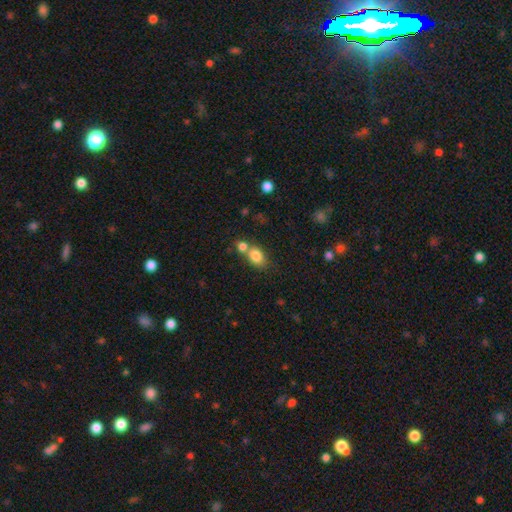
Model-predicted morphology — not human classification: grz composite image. It shows a smooth galaxy with no disk features (81%) that is in between round and cigar-shaped (66%). Merging: none (45%).